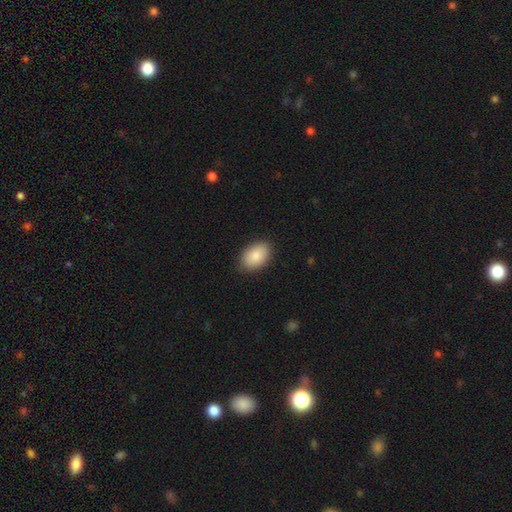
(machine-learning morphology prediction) smooth 86%, featured or disk 7%, star or artifact 6%. Down the decision tree: how rounded — in between (87%); merging — none (87%).